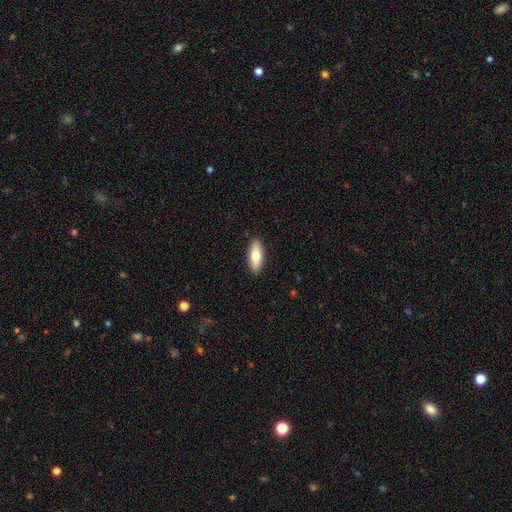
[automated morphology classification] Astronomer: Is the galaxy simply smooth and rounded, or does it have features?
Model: smooth — 78%.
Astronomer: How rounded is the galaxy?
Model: in between — 67%.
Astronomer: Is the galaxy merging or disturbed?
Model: none — 90%.